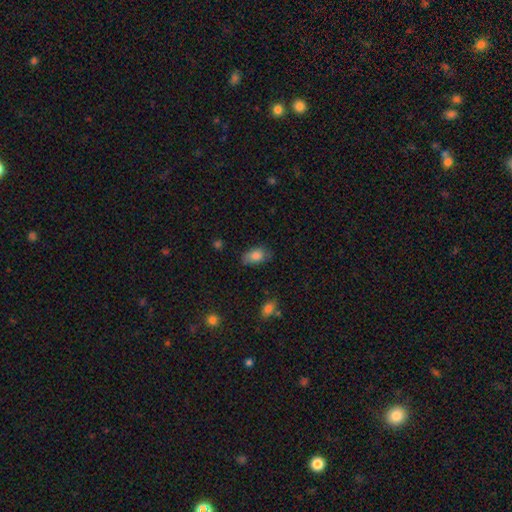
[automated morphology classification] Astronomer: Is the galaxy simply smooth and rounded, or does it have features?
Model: smooth — 82%.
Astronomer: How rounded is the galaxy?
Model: in between — 90%.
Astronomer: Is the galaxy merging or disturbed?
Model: none — 67%.